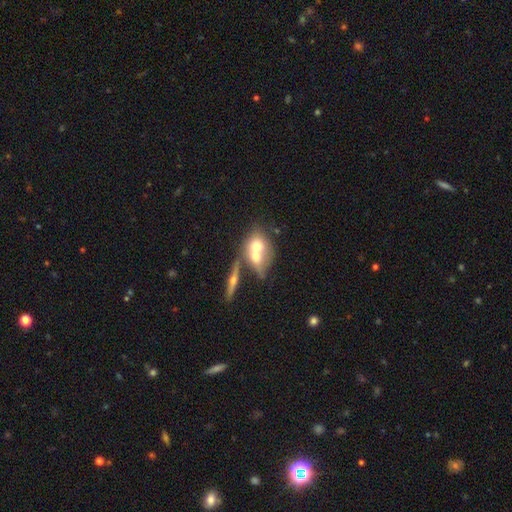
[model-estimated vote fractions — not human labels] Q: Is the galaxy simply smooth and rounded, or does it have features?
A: smooth — 59%.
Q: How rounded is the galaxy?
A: in between — 53%.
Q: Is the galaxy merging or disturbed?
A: merger — 67%.